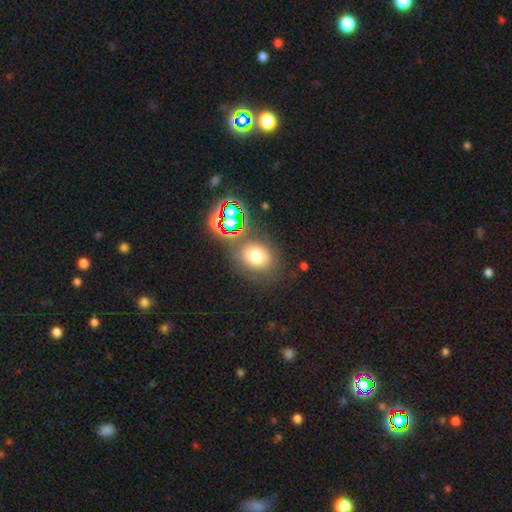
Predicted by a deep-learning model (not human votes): Smooth or featured?
  - smooth: 66% *
  - star or artifact: 22%
  - featured or disk: 11%
How rounded?
  - round: 61% *
  - in between: 38%
  - cigar-shaped: 1%
Merging?
  - none: 75% *
  - minor disturbance: 12%
  - merger: 8%
  - major disturbance: 6%